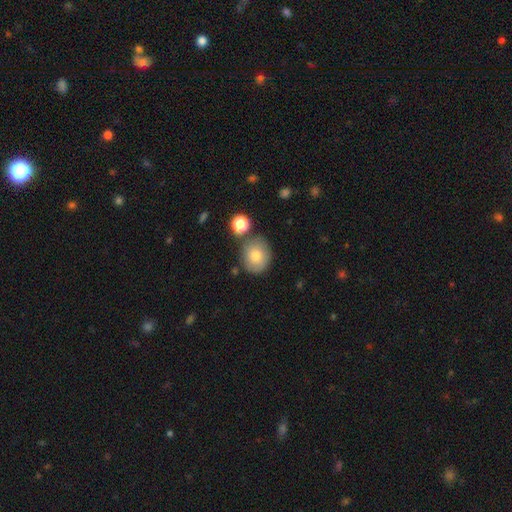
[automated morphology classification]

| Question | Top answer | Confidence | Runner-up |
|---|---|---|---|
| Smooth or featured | smooth | 75% | featured or disk (15%) |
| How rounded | round | 70% | in between (30%) |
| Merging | none | 71% | minor disturbance (15%) |